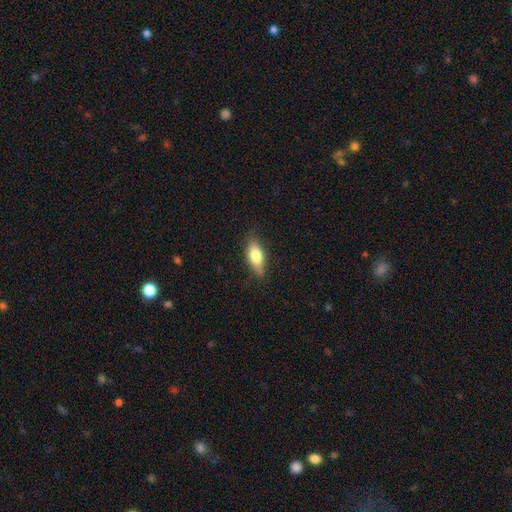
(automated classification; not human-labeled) Overall: smooth (73%). How rounded: in between (75%). Merging: none (77%).